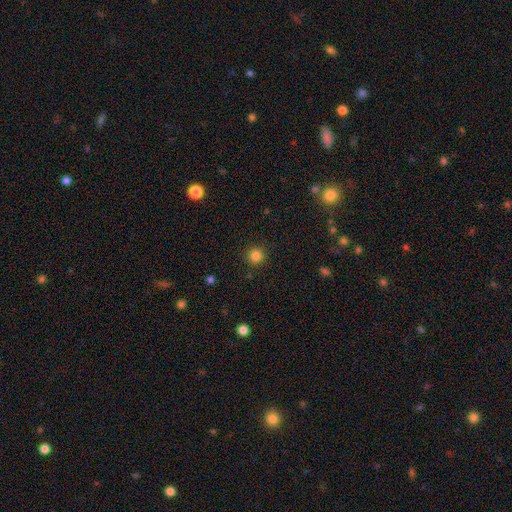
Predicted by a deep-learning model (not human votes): The model was most divided on "smooth or featured": smooth: 84%, star or artifact: 12%, featured or disk: 4%. More confident: how rounded — round (95%); merging — none (90%).